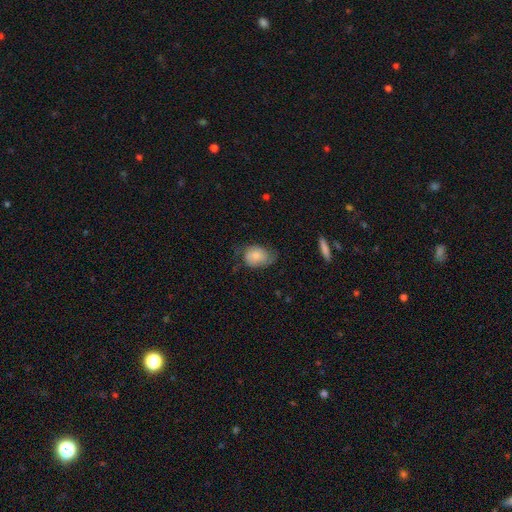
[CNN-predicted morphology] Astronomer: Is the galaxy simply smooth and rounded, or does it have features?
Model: smooth — 75%.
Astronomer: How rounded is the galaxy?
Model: in between — 74%.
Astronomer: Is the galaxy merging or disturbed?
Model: none — 49% (runner-up: minor disturbance, 36%).